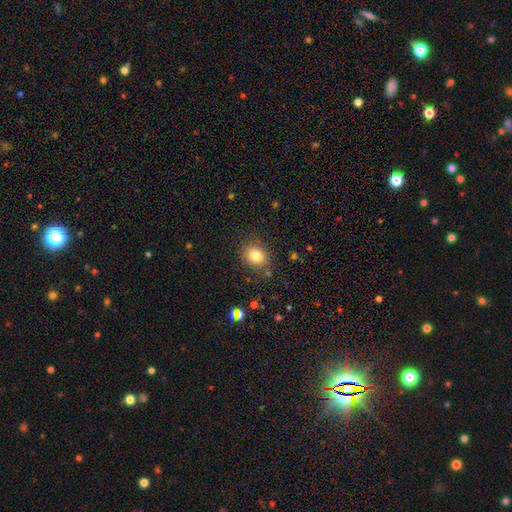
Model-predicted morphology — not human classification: Smooth or featured? smooth (82%)
How rounded? round (60%)
Merging? none (84%)